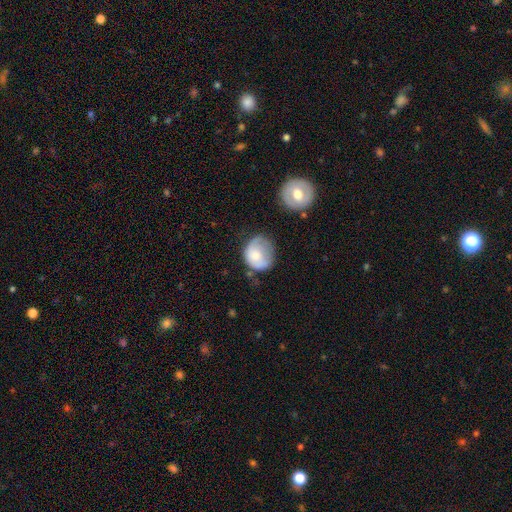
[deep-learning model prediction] This is likely a smooth galaxy (65%). How rounded: likely round (66%). Merging: marginally none (40%).